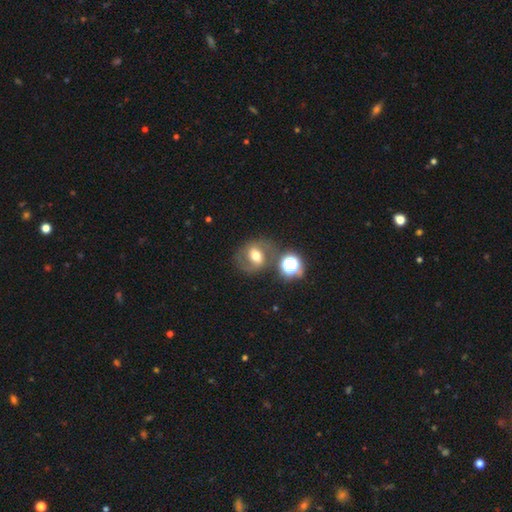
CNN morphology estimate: Smooth or featured: featured or disk — 45% (smooth — 41%)
Merging: none — 65% (minor disturbance — 16%)